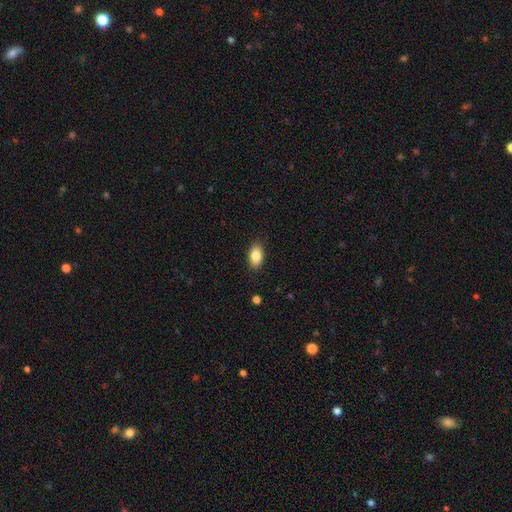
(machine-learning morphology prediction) Q: Smooth or featured?
A: smooth (85%); runner-up: star or artifact (8%)
Q: How rounded?
A: in between (91%); runner-up: round (6%)
Q: Merging?
A: none (88%); runner-up: minor disturbance (9%)